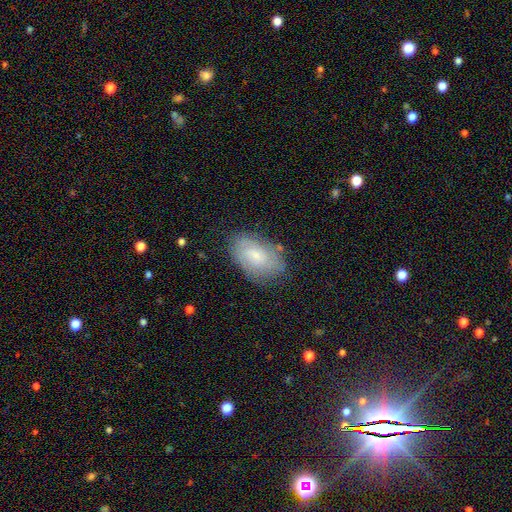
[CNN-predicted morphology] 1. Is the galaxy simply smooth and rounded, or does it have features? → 51% smooth, 41% featured or disk, 8% star or artifact.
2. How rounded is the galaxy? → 92% in between, 6% round, 2% cigar-shaped.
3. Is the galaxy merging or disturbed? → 74% none, 19% minor disturbance, 5% major disturbance, 2% merger.